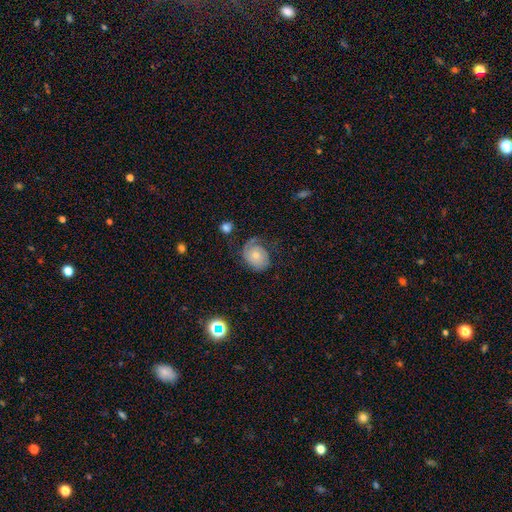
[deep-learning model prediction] Smooth or featured?
  - featured or disk: 58% *
  - smooth: 34%
  - star or artifact: 8%
Edge-on disk?
  - no: 97% *
  - yes: 3%
Bar?
  - no: 79% *
  - weak: 18%
  - strong: 3%
Spiral arms?
  - yes: 86% *
  - no: 14%
Bulge size?
  - moderate: 46% *
  - small: 45%
  - large: 4%
  - none: 3%
  - dominant: 1%
Merging?
  - none: 52% *
  - minor disturbance: 25%
  - major disturbance: 21%
  - merger: 2%